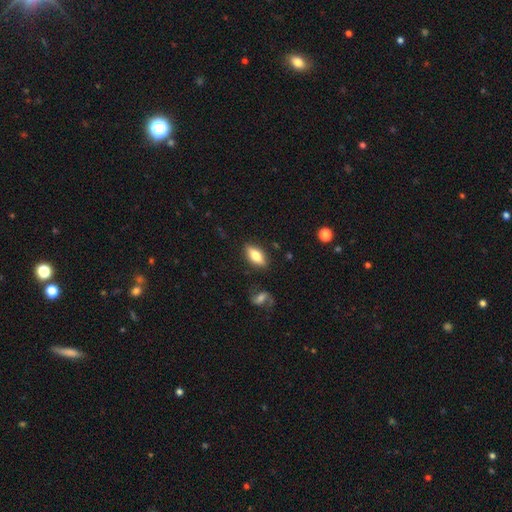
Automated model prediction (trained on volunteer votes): Morphology: type=smooth (69%); roundness=in between (80%); merging=none (84%).